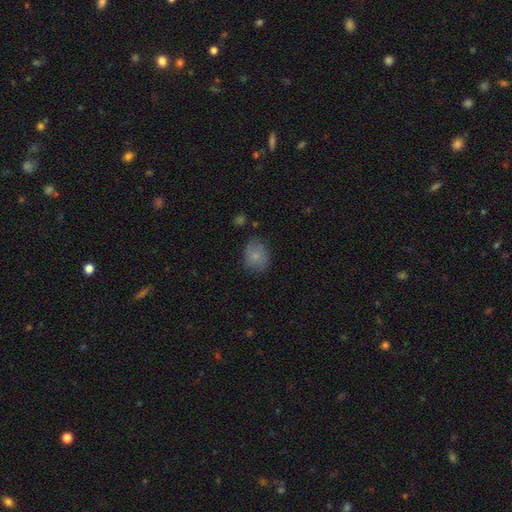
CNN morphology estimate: The model was most divided on "how rounded": in between: 54%, round: 45%, cigar-shaped: 1%. More confident: smooth or featured — smooth (80%); merging — none (67%).